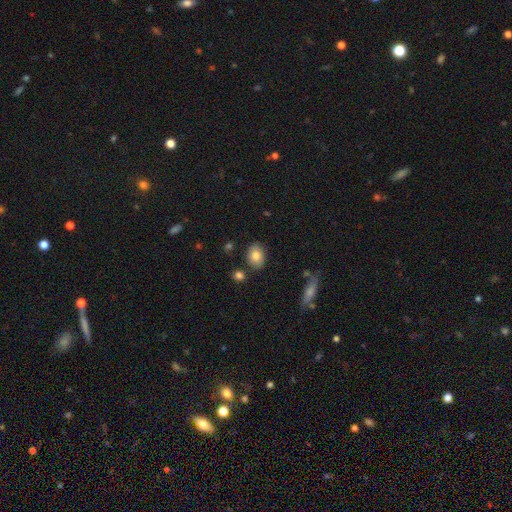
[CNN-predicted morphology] Overall: smooth (82%). How rounded: in between (75%). Merging: none (82%).